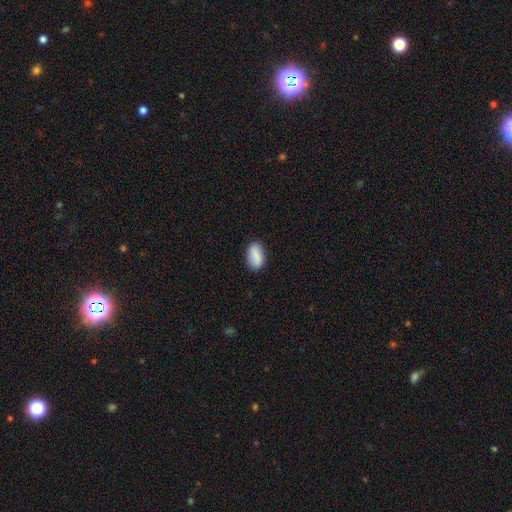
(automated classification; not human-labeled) Q: Smooth or featured?
A: smooth (83%); runner-up: featured or disk (10%)
Q: How rounded?
A: in between (90%); runner-up: round (7%)
Q: Merging?
A: none (84%); runner-up: minor disturbance (12%)